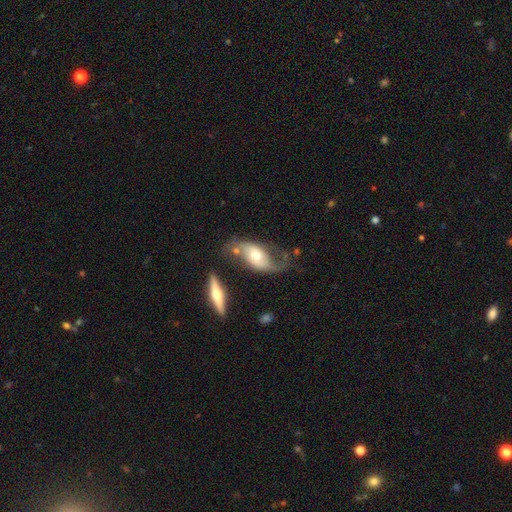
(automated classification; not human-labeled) A featured or disk galaxy (64%) with no bar (62%), spiral arms (79%) and a moderate central bulge (66%). Merging: none (38%).